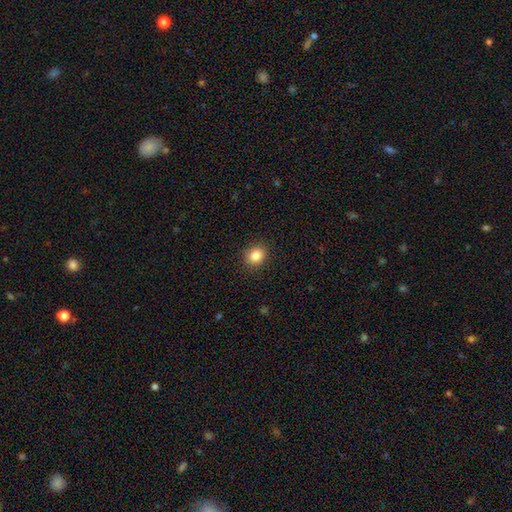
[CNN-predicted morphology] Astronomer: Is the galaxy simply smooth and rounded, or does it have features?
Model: smooth — 85%.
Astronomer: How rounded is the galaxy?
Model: round — 75%.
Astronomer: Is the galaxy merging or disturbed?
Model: none — 90%.